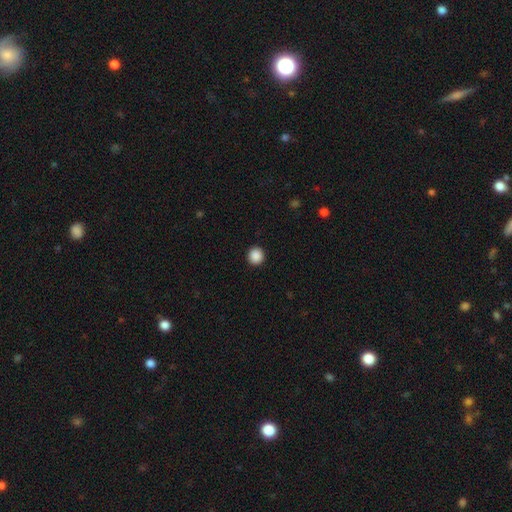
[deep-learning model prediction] Q: Smooth or featured?
A: smooth (89%); runner-up: star or artifact (9%)
Q: How rounded?
A: round (94%); runner-up: in between (5%)
Q: Merging?
A: none (93%); runner-up: minor disturbance (5%)